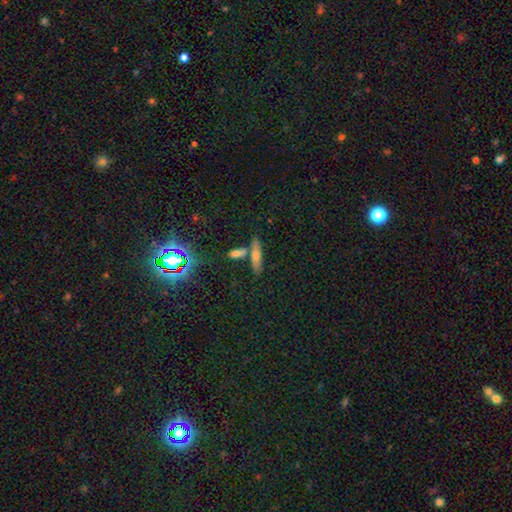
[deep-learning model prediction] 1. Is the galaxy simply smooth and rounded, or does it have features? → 55% smooth, 25% featured or disk, 20% star or artifact.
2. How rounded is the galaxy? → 71% cigar-shaped, 25% in between, 5% round.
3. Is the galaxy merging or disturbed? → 66% none, 19% merger, 11% minor disturbance, 4% major disturbance.